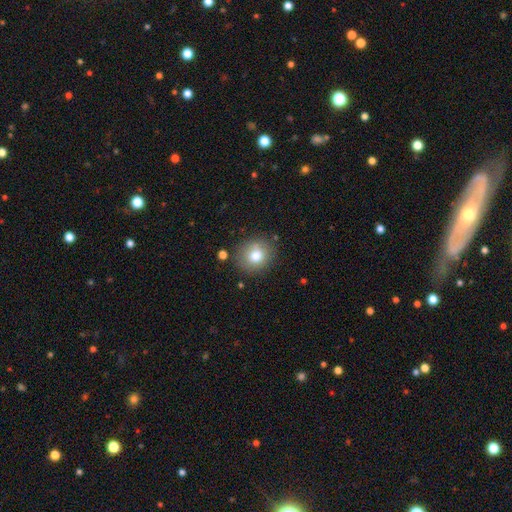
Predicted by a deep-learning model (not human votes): Overall: smooth (77%). How rounded: round (83%). Merging: none (81%).